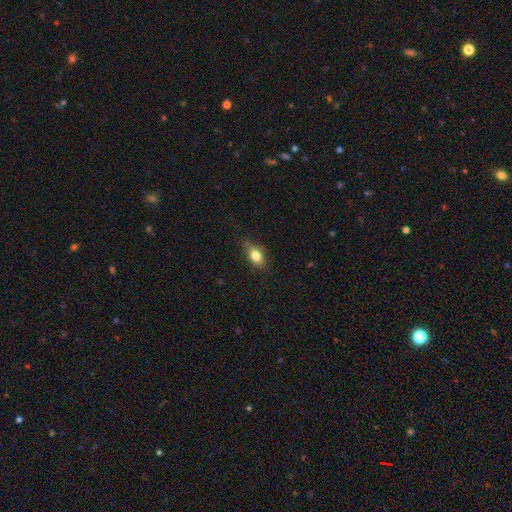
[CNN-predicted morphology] Smooth or featured? Predicted: smooth (p=0.81). How rounded? Predicted: in between (p=0.83). Merging? Predicted: none (p=0.75).